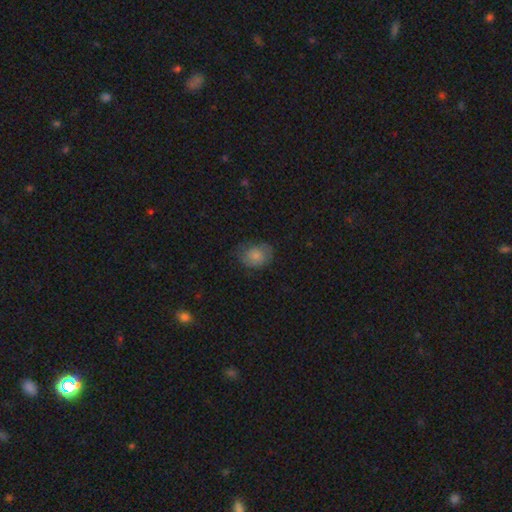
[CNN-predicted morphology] This appears to be a smooth galaxy with no disk features (76%) that is in between round and cigar-shaped (59%). Merging: none (63%).